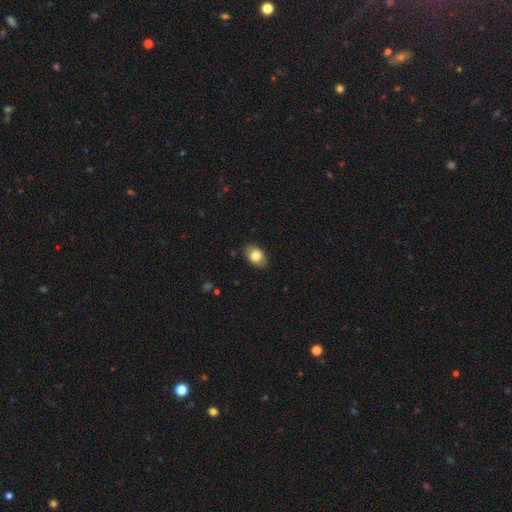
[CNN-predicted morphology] smooth-or-featured: smooth: 82% | featured or disk: 11% | star or artifact: 8%
  how-rounded: in between: 81% | round: 18% | cigar-shaped: 1%
  merging: none: 85% | minor disturbance: 11% | major disturbance: 2% | merger: 1%